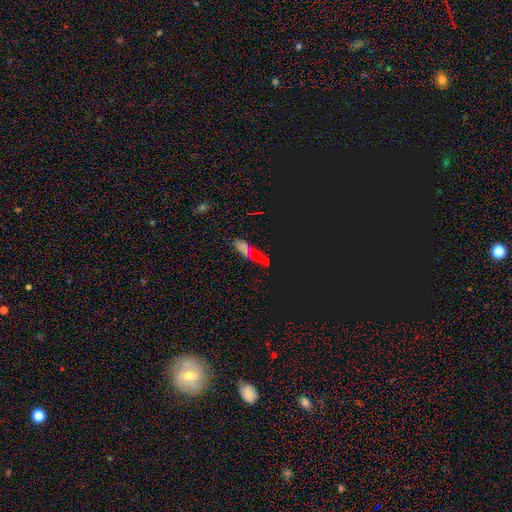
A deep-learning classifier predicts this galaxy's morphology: smooth_or_featured: star or artifact (p=0.56) [alt: smooth p=0.34]